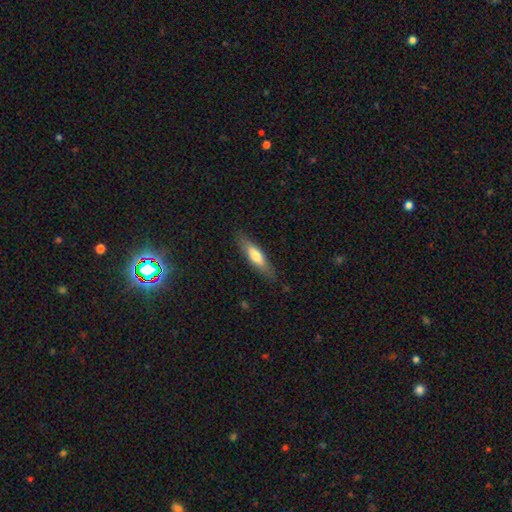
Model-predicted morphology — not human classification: Q: Smooth or featured?
A: smooth (63%); runner-up: featured or disk (31%)
Q: How rounded?
A: cigar-shaped (64%); runner-up: in between (34%)
Q: Merging?
A: none (83%); runner-up: minor disturbance (13%)